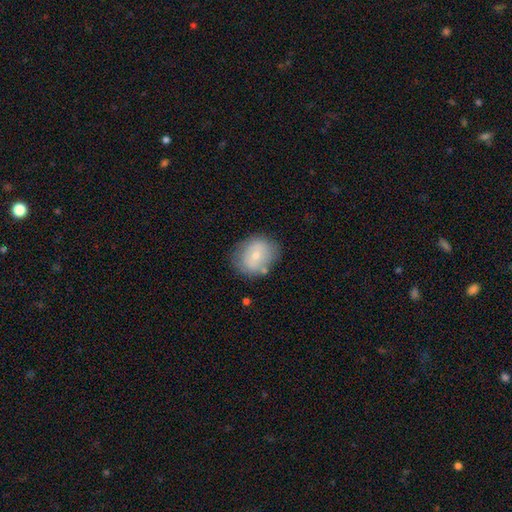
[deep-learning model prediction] smooth_or_featured: smooth (p=0.64) [alt: featured or disk p=0.28]
how_rounded: round (p=0.59) [alt: in between p=0.40]
merging: none (p=0.70) [alt: minor disturbance p=0.19]